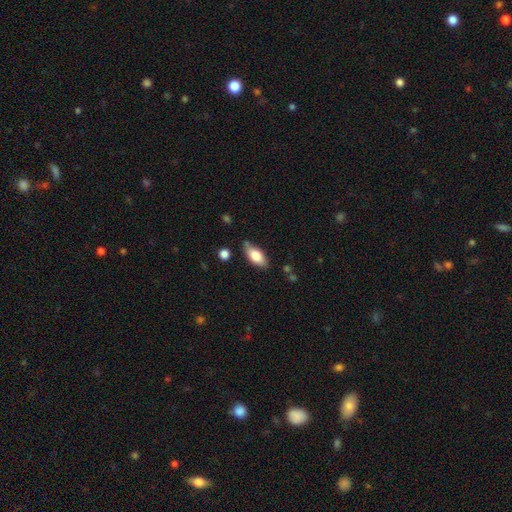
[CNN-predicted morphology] smooth_or_featured: smooth (p=0.76) [alt: featured or disk p=0.18]
how_rounded: in between (p=0.87) [alt: cigar-shaped p=0.10]
merging: none (p=0.75) [alt: minor disturbance p=0.18]